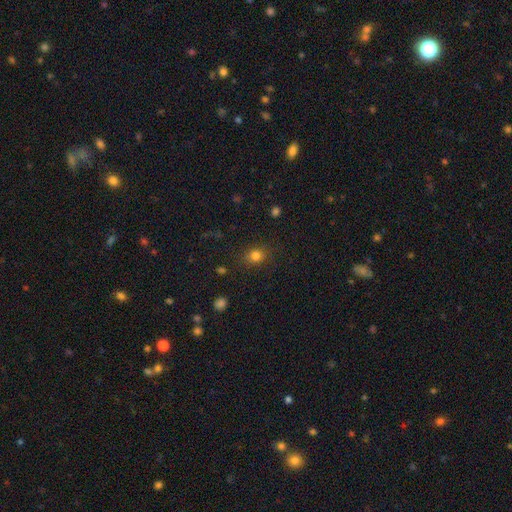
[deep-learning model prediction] smooth 81%, star or artifact 14%, featured or disk 6%. Down the decision tree: how rounded — round (71%); merging — none (84%).